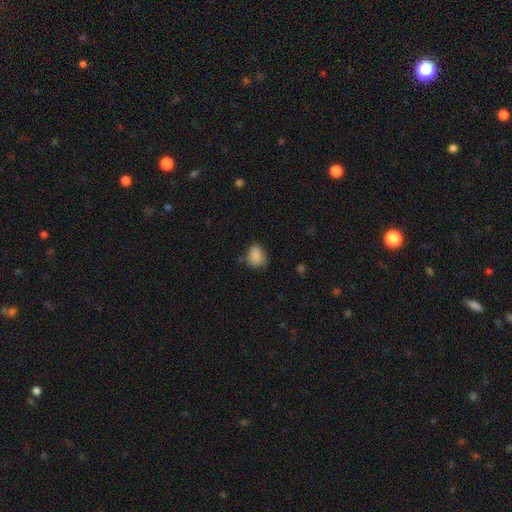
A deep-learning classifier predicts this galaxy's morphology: This appears to be a smooth galaxy with no disk features (85%) that is in between round and cigar-shaped (55%). Merging: none (62%).